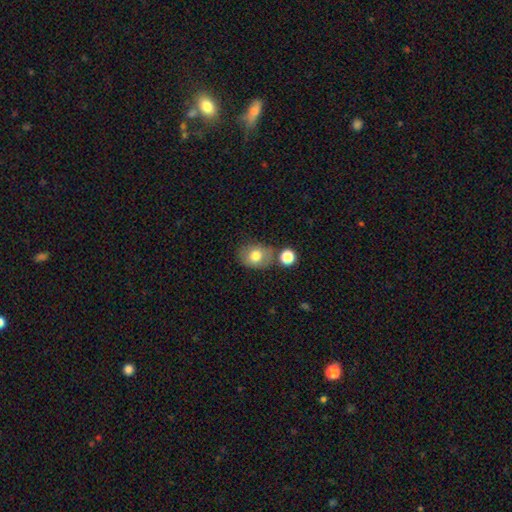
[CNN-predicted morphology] A smooth galaxy with no disk features (75%) that is in between round and cigar-shaped (53%).

Vote fractions:
- Smooth or featured? smooth: 75% / featured or disk: 15% / star or artifact: 10%
- How rounded? in between: 53% / round: 46% / cigar-shaped: 1%
- Merging? none: 67% / minor disturbance: 17% / merger: 11% / major disturbance: 5%